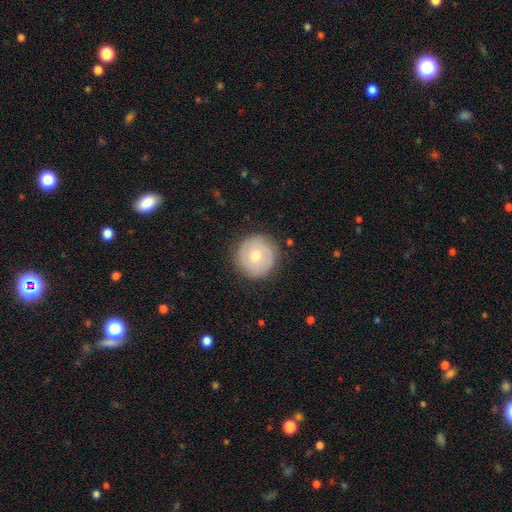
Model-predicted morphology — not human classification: Overall: smooth (47%; featured or disk 46%). Merging: none (87%).